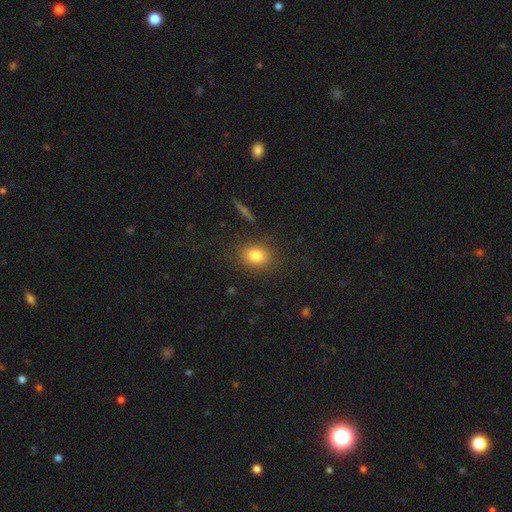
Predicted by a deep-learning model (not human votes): This appears to be a smooth galaxy with no disk features (80%) that is in between round and cigar-shaped (53%). Merging: none (83%).